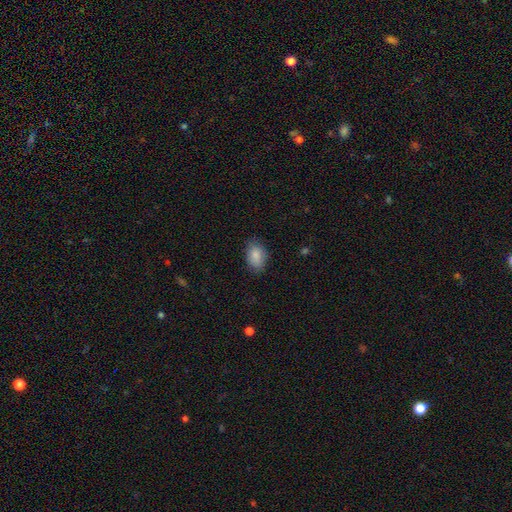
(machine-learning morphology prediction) Smooth or featured? smooth (85%)
How rounded? in between (89%)
Merging? none (79%)